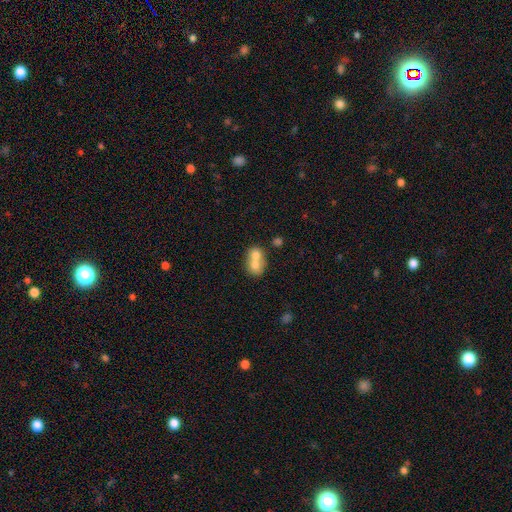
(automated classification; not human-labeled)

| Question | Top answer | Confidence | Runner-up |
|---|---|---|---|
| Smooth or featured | smooth | 68% | featured or disk (23%) |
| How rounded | round | 59% | in between (40%) |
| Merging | merger | 73% | none (20%) |